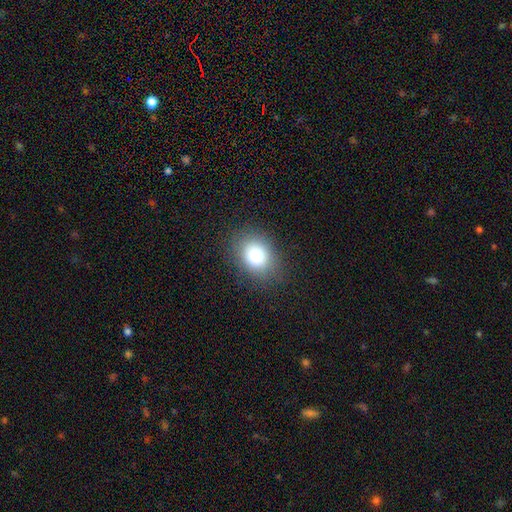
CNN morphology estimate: This appears to be a smooth galaxy with no disk features (81%) that is in between round and cigar-shaped (57%). Merging: none (85%).